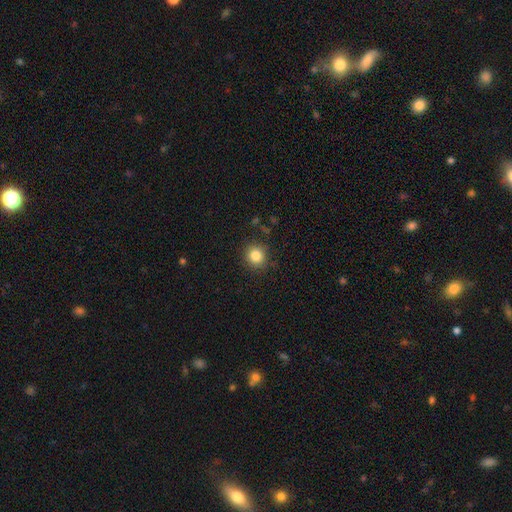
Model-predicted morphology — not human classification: smooth-or-featured: smooth: 84% | star or artifact: 11% | featured or disk: 5%
  how-rounded: round: 89% | in between: 10% | cigar-shaped: 1%
  merging: none: 88% | minor disturbance: 8% | major disturbance: 3% | merger: 1%